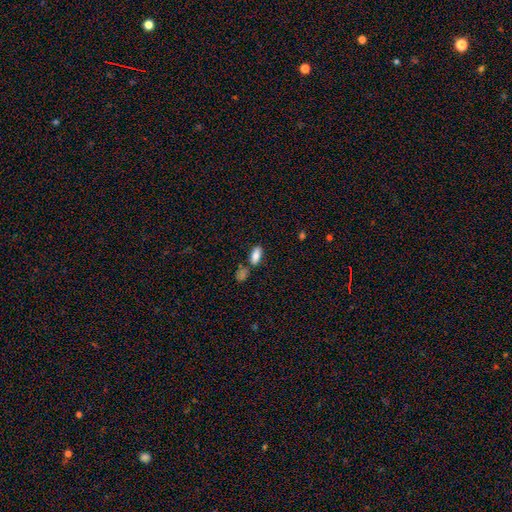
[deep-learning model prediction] This appears to be a smooth galaxy with no disk features (84%) that is in between round and cigar-shaped (83%). Merging: none (69%).